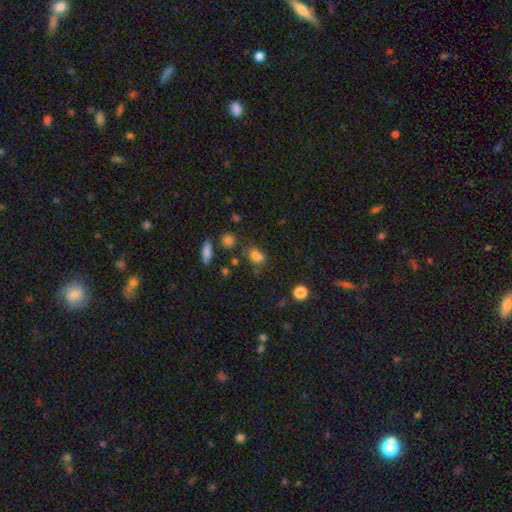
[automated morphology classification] type=smooth (79%); roundness=in between (80%); merging=none (60%).